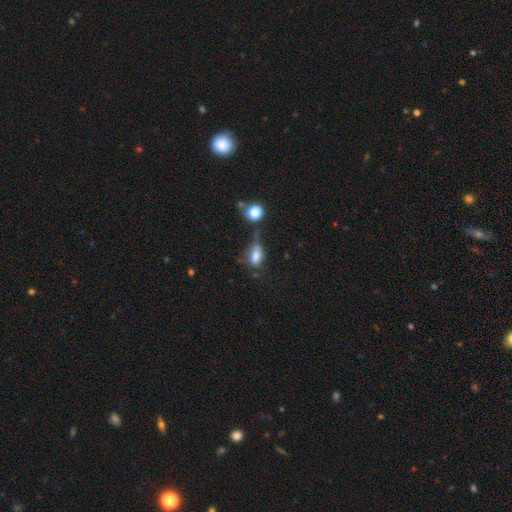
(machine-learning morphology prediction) Overall: smooth (71%). How rounded: in between (80%). Merging: major disturbance (29%; none 28%).